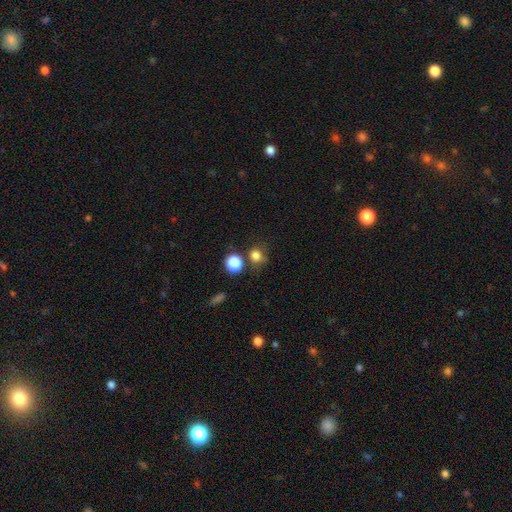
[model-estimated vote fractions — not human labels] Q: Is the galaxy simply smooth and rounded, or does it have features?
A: smooth — 79%.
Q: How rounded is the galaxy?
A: round — 76%.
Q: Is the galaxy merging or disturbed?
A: none — 63%.